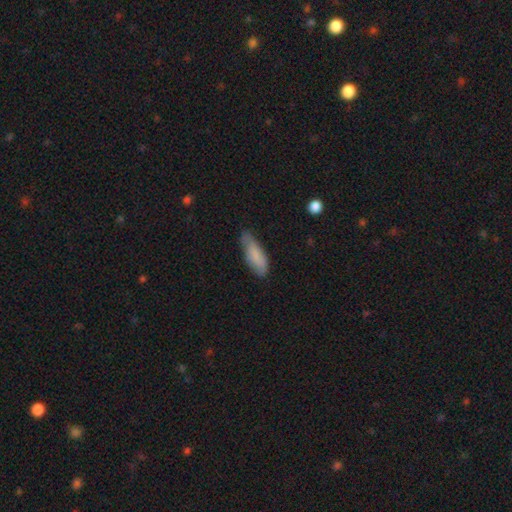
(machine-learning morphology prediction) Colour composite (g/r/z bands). It shows a smooth galaxy with no disk features (82%) that is in between round and cigar-shaped (60%). Merging: none (61%).